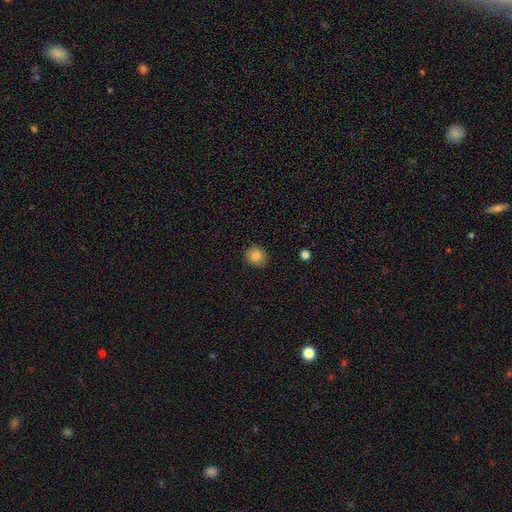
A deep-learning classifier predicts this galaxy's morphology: Smooth or featured: smooth — 83% (star or artifact — 10%)
How rounded: round — 81% (in between — 18%)
Merging: none — 87% (minor disturbance — 10%)